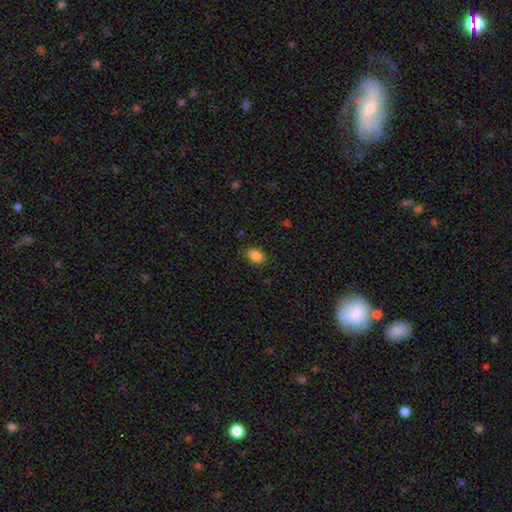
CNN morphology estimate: Smooth or featured? smooth (87%)
How rounded? in between (82%)
Merging? none (80%)